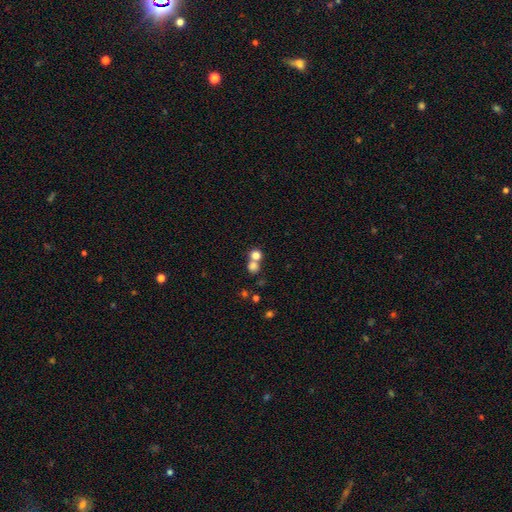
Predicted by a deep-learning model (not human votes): A smooth galaxy with no disk features (78%) that is round (83%). Merging: merger (51%).